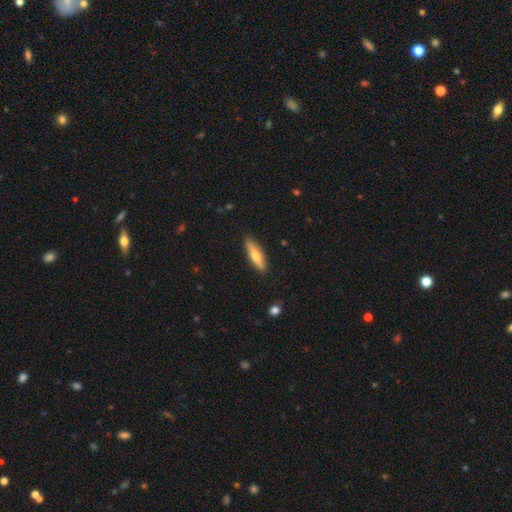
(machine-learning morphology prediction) Smooth or featured? smooth (62%)
How rounded? cigar-shaped (69%)
Merging? none (89%)